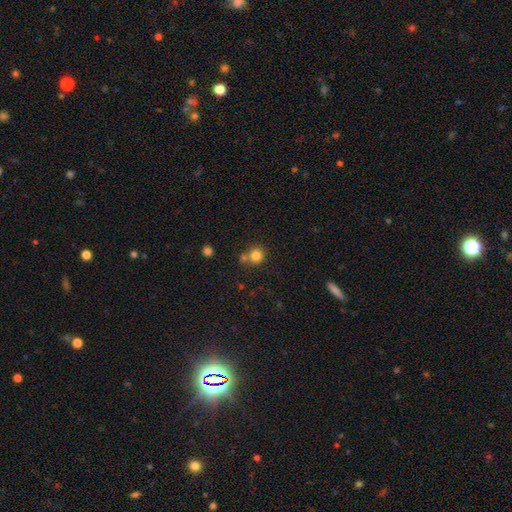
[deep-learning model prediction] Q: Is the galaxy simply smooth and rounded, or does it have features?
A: smooth — 81%.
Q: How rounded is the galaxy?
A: round — 90%.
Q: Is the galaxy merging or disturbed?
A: none — 63%.